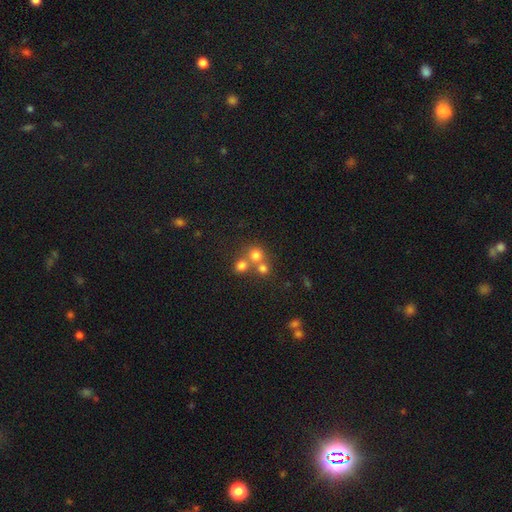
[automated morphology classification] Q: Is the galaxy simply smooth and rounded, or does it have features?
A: smooth — 71%.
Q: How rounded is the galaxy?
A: round — 86%.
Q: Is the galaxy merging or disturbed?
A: none — 45%, tied with merger.